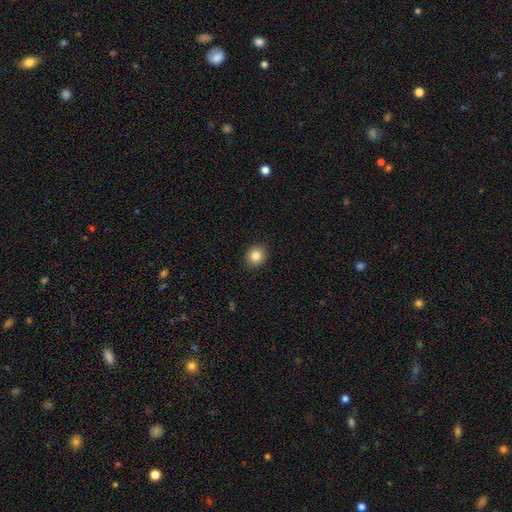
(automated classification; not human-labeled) This is clearly a smooth galaxy (84%). How rounded: likely round (77%). Merging: clearly none (90%).